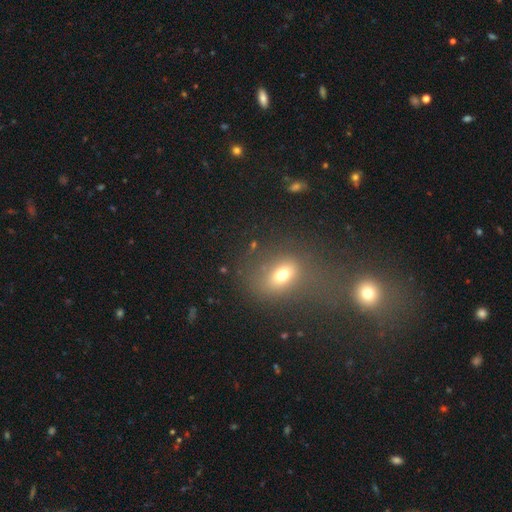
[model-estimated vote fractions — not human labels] Smooth or featured?
  - smooth: 52% *
  - star or artifact: 33%
  - featured or disk: 15%
How rounded?
  - in between: 52% *
  - round: 45%
  - cigar-shaped: 3%
Merging?
  - merger: 47% *
  - none: 36%
  - minor disturbance: 9%
  - major disturbance: 8%